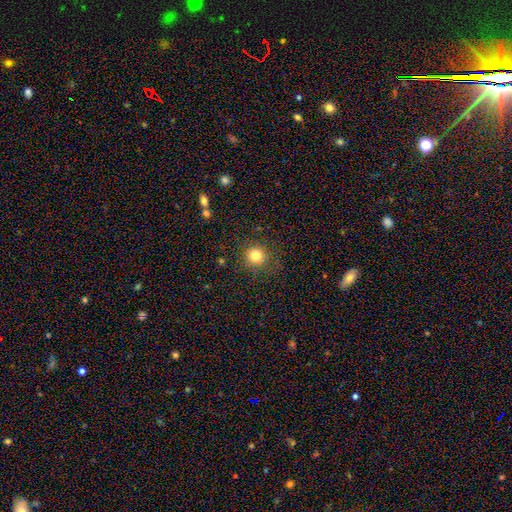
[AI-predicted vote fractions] This appears to be a smooth galaxy with no disk features (81%) that is round (93%). Merging: none (86%).